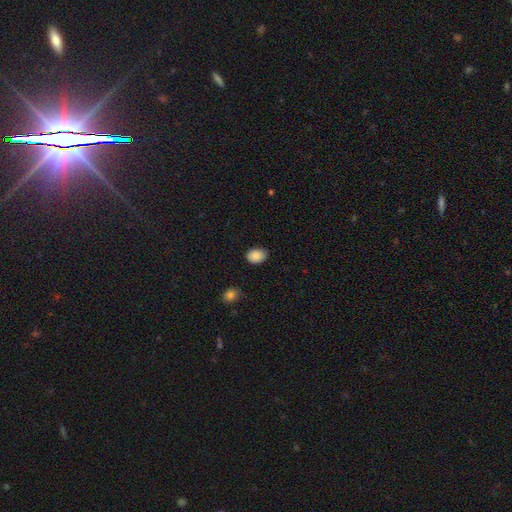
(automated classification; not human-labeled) smooth 88%, star or artifact 8%, featured or disk 4%. Down the decision tree: how rounded — in between (68%); merging — none (85%).